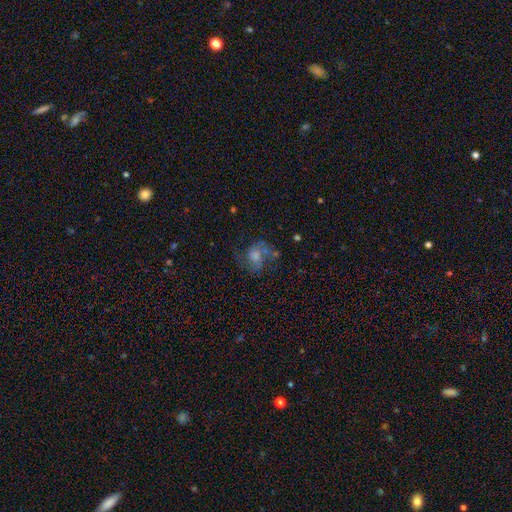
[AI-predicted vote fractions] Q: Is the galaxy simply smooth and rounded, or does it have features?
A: featured or disk — 57%.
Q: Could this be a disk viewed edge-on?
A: no — 97%.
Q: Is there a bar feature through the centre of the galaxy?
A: no — 67%.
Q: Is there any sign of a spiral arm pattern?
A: yes — 78%.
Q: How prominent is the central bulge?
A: moderate — 44%.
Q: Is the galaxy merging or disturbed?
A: none — 43%.